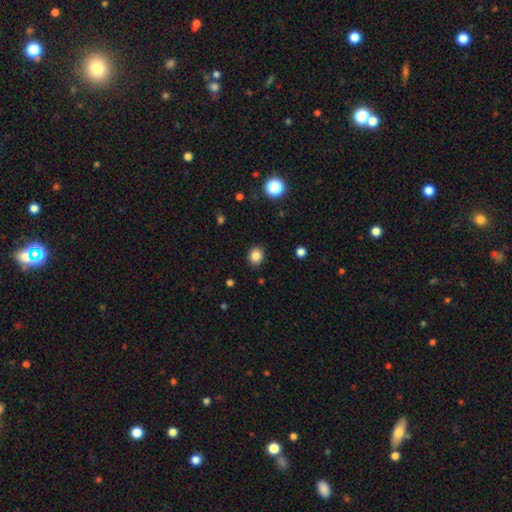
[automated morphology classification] Q: Smooth or featured?
A: smooth (85%); runner-up: star or artifact (11%)
Q: How rounded?
A: round (73%); runner-up: in between (26%)
Q: Merging?
A: none (89%); runner-up: minor disturbance (7%)